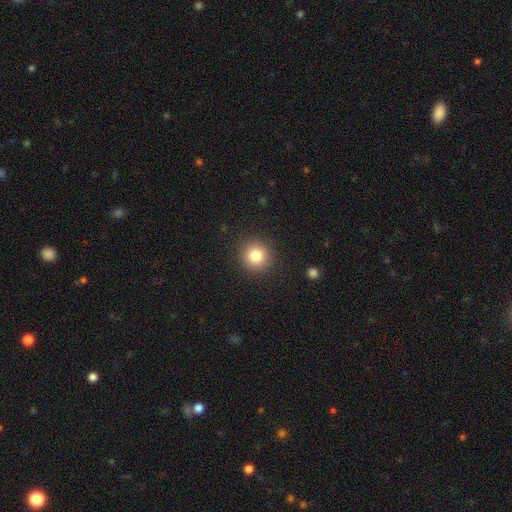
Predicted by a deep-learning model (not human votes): A smooth galaxy with no disk features (82%) that is round (94%).

Vote fractions:
- Smooth or featured? smooth: 82% / star or artifact: 11% / featured or disk: 7%
- How rounded? round: 94% / in between: 6% / cigar-shaped: 1%
- Merging? none: 91% / minor disturbance: 6% / major disturbance: 2% / merger: 1%